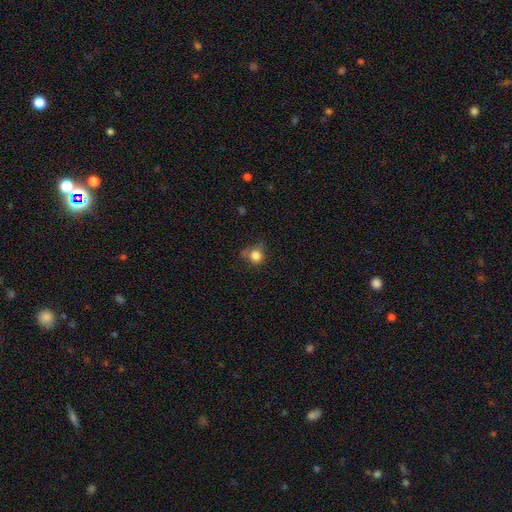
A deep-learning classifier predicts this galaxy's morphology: The model was most divided on "merging": none: 61%, minor disturbance: 24%, major disturbance: 8%, merger: 7%. More confident: how rounded — round (86%); smooth or featured — smooth (81%).